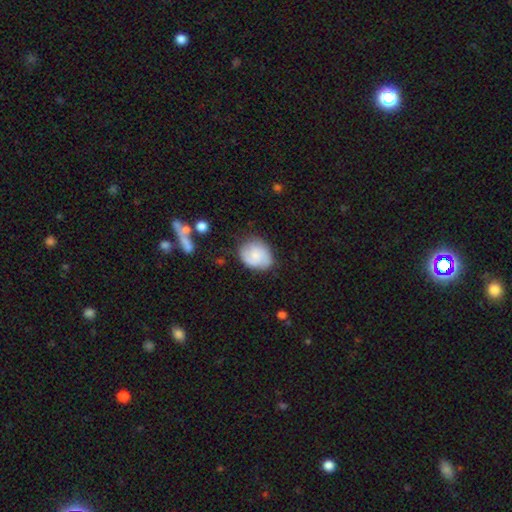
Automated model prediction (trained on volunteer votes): Morphology: type=smooth (52%); roundness=round (57%); merging=none (71%).